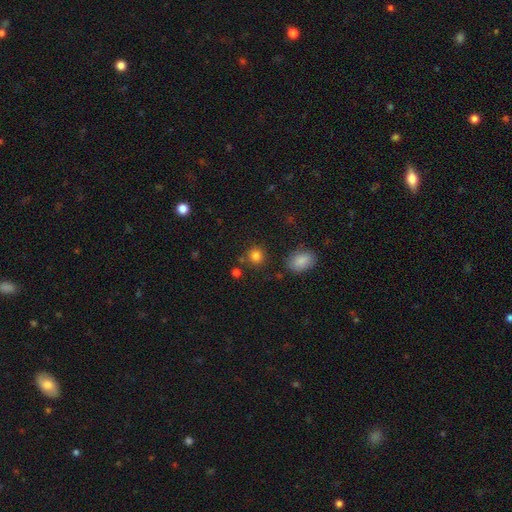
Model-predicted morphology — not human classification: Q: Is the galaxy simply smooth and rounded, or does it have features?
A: smooth — 82%.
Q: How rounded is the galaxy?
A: round — 85%.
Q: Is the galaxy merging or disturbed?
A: none — 81%.